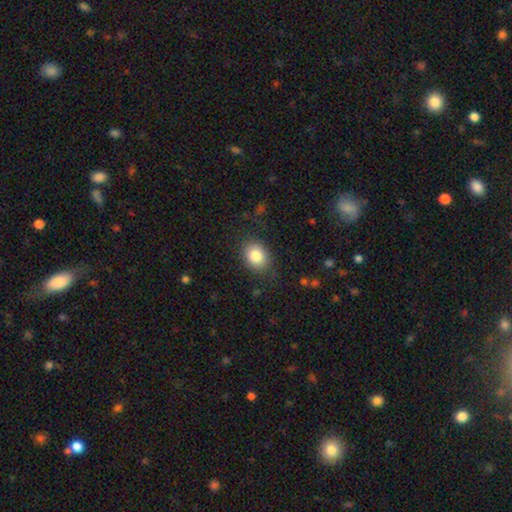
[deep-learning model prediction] The model was most divided on "how rounded": in between: 52%, round: 47%, cigar-shaped: 1%. More confident: merging — none (83%); smooth or featured — smooth (83%).